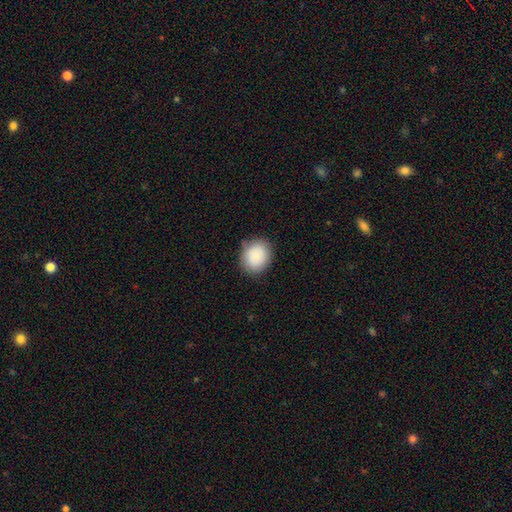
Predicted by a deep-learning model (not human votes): A smooth galaxy with no disk features (88%) that is round (64%). Merging: none (82%).